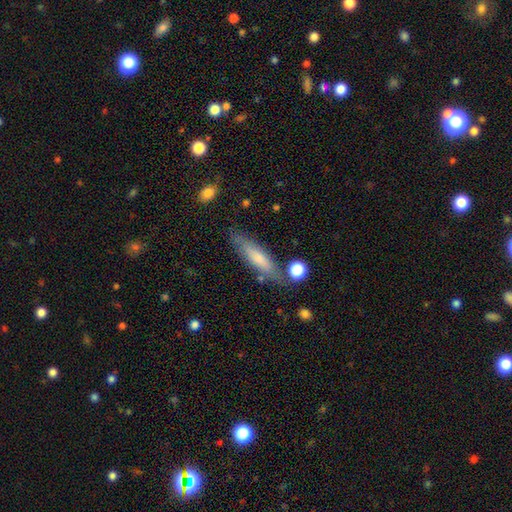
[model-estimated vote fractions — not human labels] Overall: smooth (61%; featured or disk 32%). How rounded: cigar-shaped (77%). Merging: none (74%).